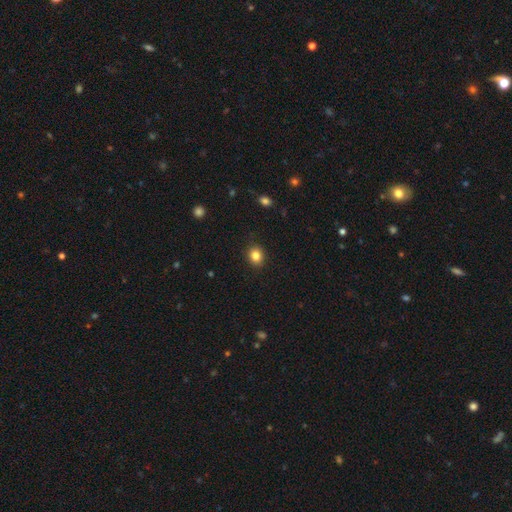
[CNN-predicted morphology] Smooth or featured?
  - smooth: 84% *
  - star or artifact: 11%
  - featured or disk: 5%
How rounded?
  - round: 63% *
  - in between: 36%
  - cigar-shaped: 1%
Merging?
  - none: 89% *
  - minor disturbance: 8%
  - major disturbance: 2%
  - merger: 1%